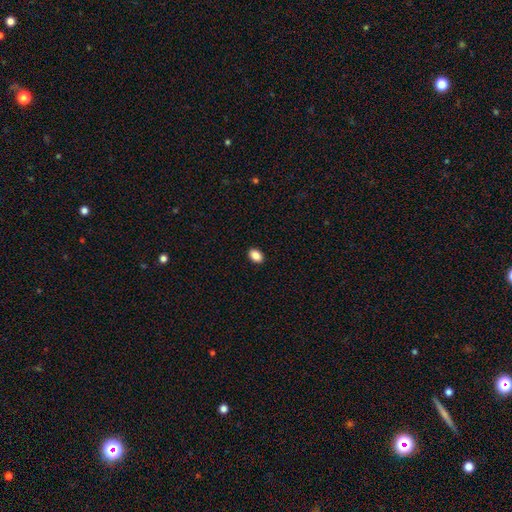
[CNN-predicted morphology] A smooth galaxy with no disk features (88%) that is in between round and cigar-shaped (82%).

Vote fractions:
- Smooth or featured? smooth: 88% / star or artifact: 8% / featured or disk: 4%
- How rounded? in between: 82% / round: 17% / cigar-shaped: 1%
- Merging? none: 91% / minor disturbance: 7% / major disturbance: 2% / merger: 1%